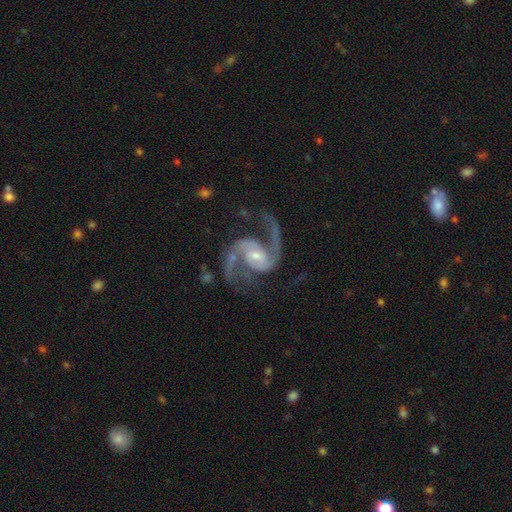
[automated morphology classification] Smooth or featured? featured or disk (93%)
Edge-on disk? no (98%)
Bar? weak (45%)
Spiral arms? yes (98%)
Spiral winding? medium (59%)
Spiral arm count? 2 (91%)
Bulge size? small (55%)
Merging? none (73%)